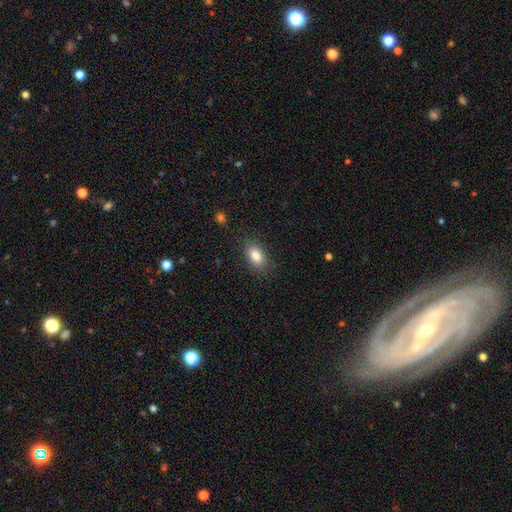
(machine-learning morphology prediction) A smooth galaxy with no disk features (85%) that is in between round and cigar-shaped (90%).

Vote fractions:
- Smooth or featured? smooth: 85% / star or artifact: 8% / featured or disk: 8%
- How rounded? in between: 90% / round: 7% / cigar-shaped: 3%
- Merging? none: 84% / minor disturbance: 12% / major disturbance: 3% / merger: 1%